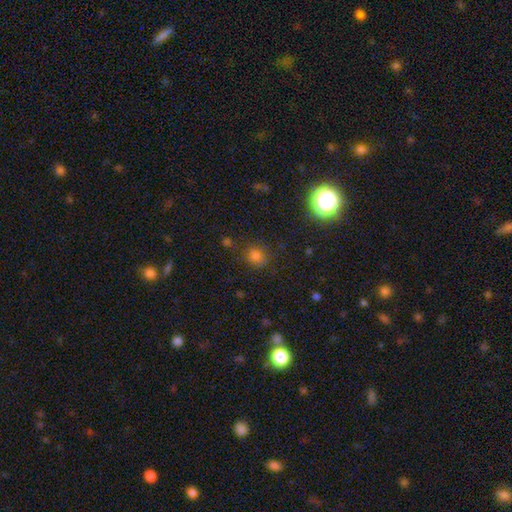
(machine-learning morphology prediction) A smooth galaxy with no disk features (72%) that is round (79%).

Vote fractions:
- Smooth or featured? smooth: 72% / star or artifact: 22% / featured or disk: 6%
- How rounded? round: 79% / in between: 20% / cigar-shaped: 1%
- Merging? none: 76% / minor disturbance: 14% / major disturbance: 5% / merger: 5%